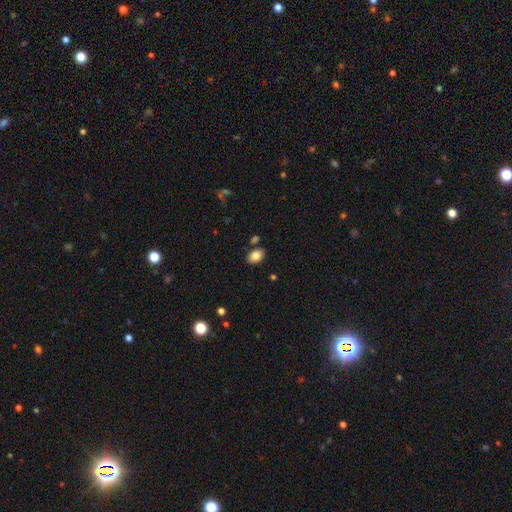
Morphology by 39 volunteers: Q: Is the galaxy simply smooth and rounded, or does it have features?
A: smooth — 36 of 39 (92%).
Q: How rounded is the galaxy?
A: in between — 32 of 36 (89%).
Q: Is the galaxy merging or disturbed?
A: none — 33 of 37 (89%).